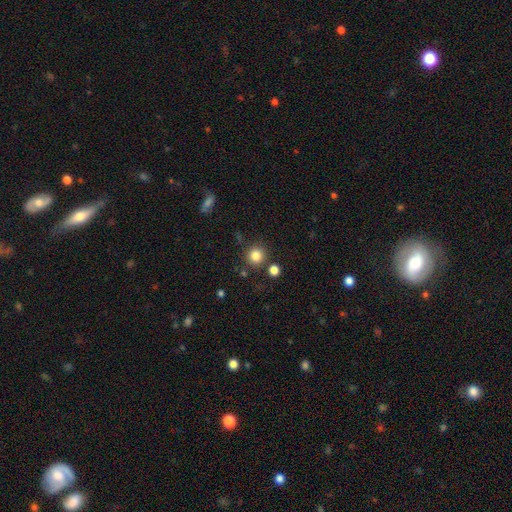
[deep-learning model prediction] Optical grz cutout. It shows a smooth galaxy with no disk features (83%) that is round (93%). Merging: none (84%).